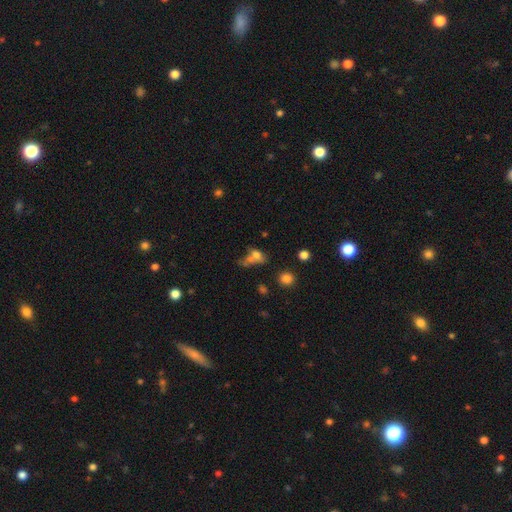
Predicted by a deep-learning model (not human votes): Smooth or featured?
  - smooth: 62% *
  - featured or disk: 21%
  - star or artifact: 17%
How rounded?
  - in between: 64% *
  - round: 29%
  - cigar-shaped: 7%
Merging?
  - merger: 40% *
  - none: 29%
  - major disturbance: 17%
  - minor disturbance: 15%